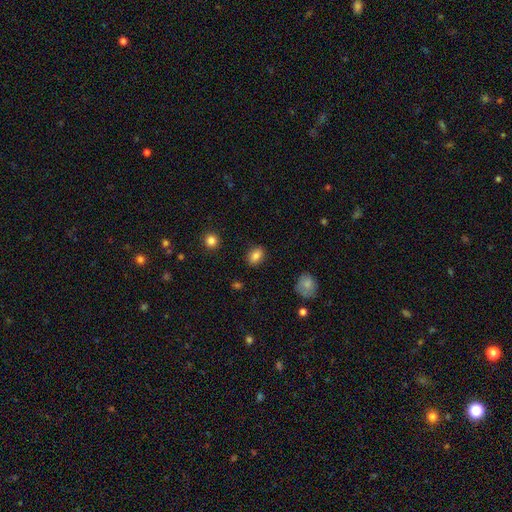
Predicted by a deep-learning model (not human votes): Morphology: type=smooth (84%); roundness=in between (75%); merging=none (87%).